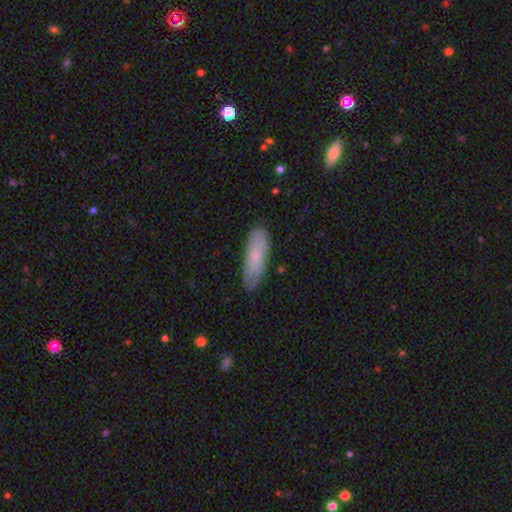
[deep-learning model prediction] smooth-or-featured: smooth: 72% | featured or disk: 22% | star or artifact: 6%
  how-rounded: in between: 53% | cigar-shaped: 45% | round: 2%
  merging: none: 80% | minor disturbance: 16% | major disturbance: 3% | merger: 1%